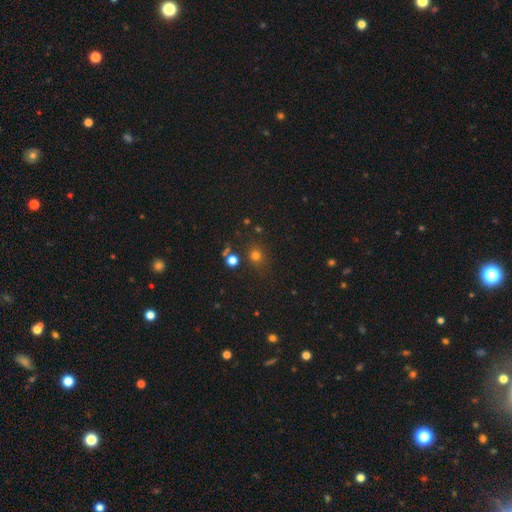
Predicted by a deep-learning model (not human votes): A smooth galaxy with no disk features (72%) that is round (85%). Merging: none (79%).